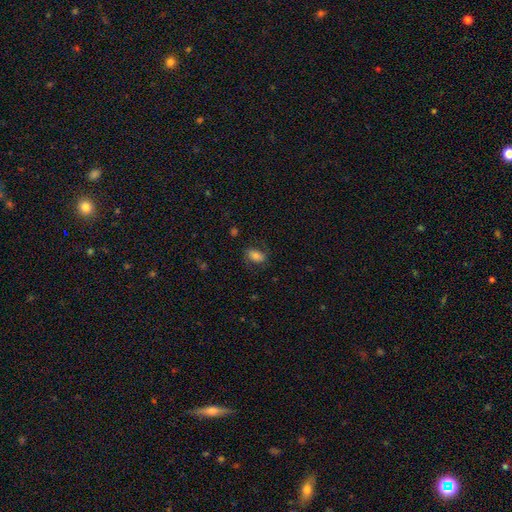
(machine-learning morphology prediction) The model was most divided on "smooth or featured": smooth: 69%, featured or disk: 22%, star or artifact: 10%. More confident: how rounded — in between (87%); merging — none (68%).